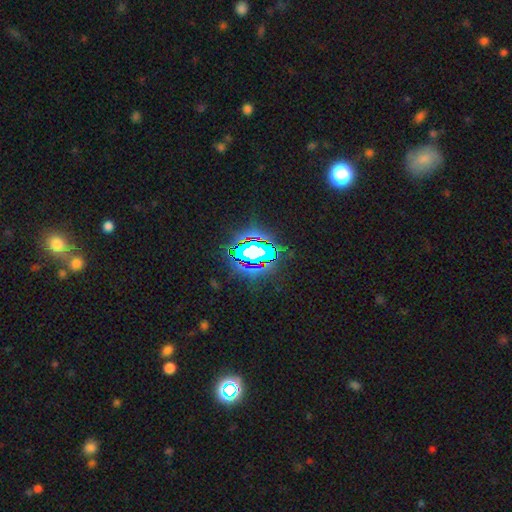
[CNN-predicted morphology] The model was most divided on "smooth or featured": star or artifact: 77%, smooth: 14%, featured or disk: 10%.